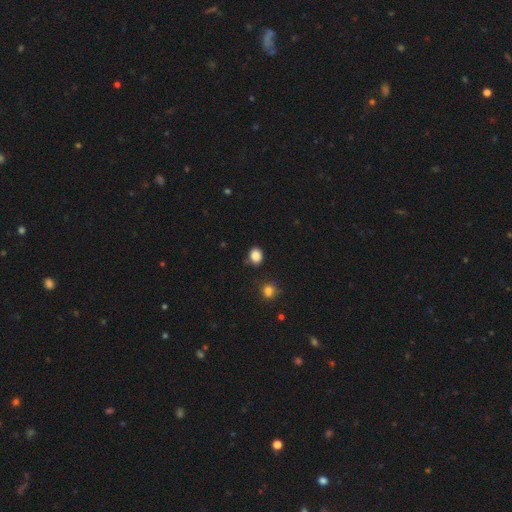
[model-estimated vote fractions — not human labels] This appears to be a smooth galaxy with no disk features (86%) that is round (61%). Merging: none (81%).